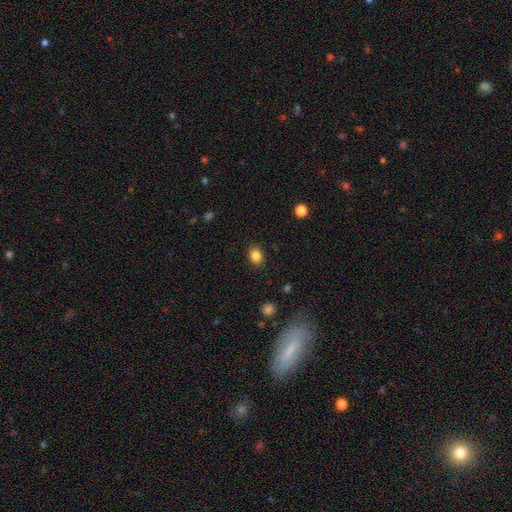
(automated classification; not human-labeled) This is clearly a smooth galaxy (85%). How rounded: possibly in between (58%). Merging: clearly none (88%).